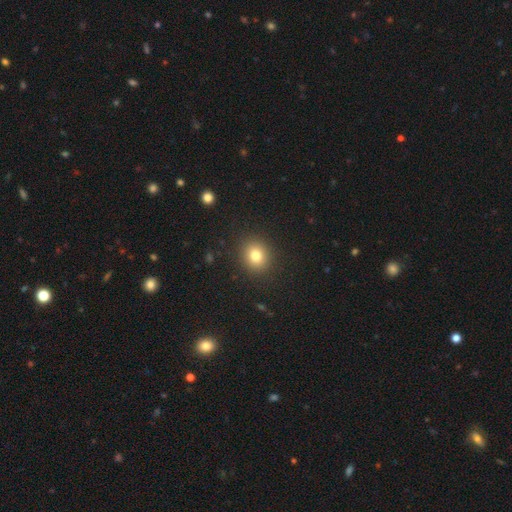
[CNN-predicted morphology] Smooth or featured? smooth (79%)
How rounded? round (76%)
Merging? none (89%)